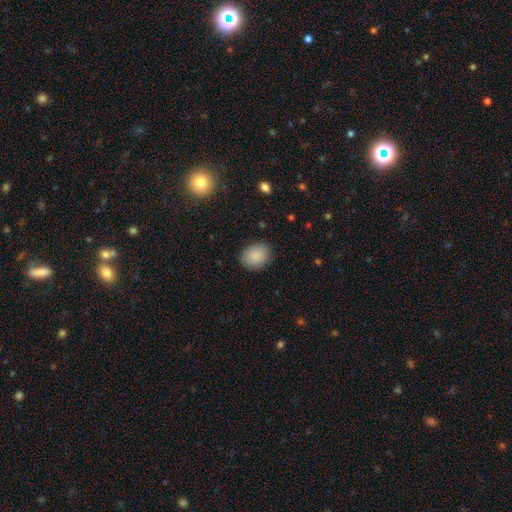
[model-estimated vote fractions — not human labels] Morphology: type=smooth (88%); roundness=in between (50%); merging=none (87%).